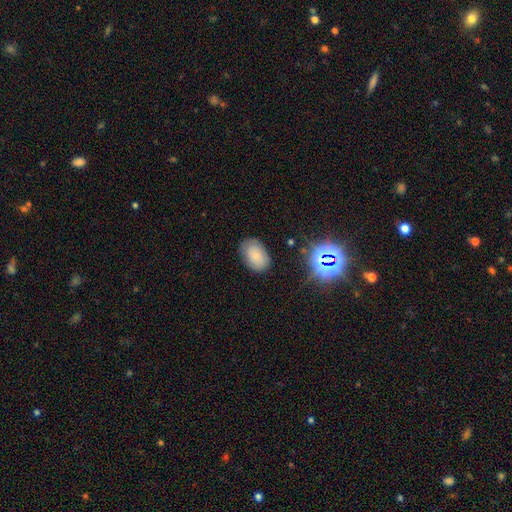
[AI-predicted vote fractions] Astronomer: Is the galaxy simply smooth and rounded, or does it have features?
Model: smooth — 75%.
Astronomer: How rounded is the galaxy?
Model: in between — 86%.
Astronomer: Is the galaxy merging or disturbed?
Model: none — 75%.